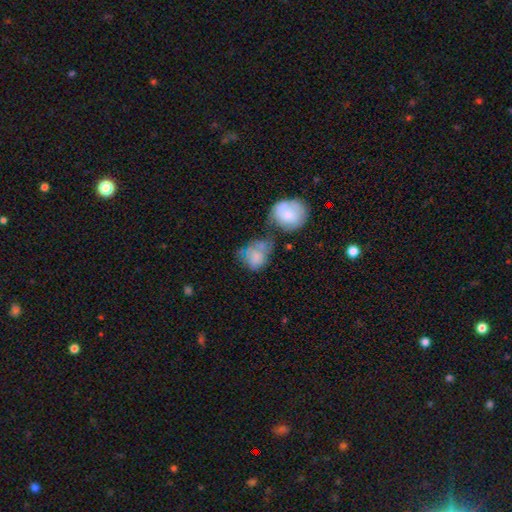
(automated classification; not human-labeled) Smooth or featured?
  - smooth: 66% *
  - featured or disk: 25%
  - star or artifact: 9%
How rounded?
  - round: 52% *
  - in between: 46%
  - cigar-shaped: 1%
Merging?
  - merger: 33% *
  - none: 27%
  - minor disturbance: 20%
  - major disturbance: 19%